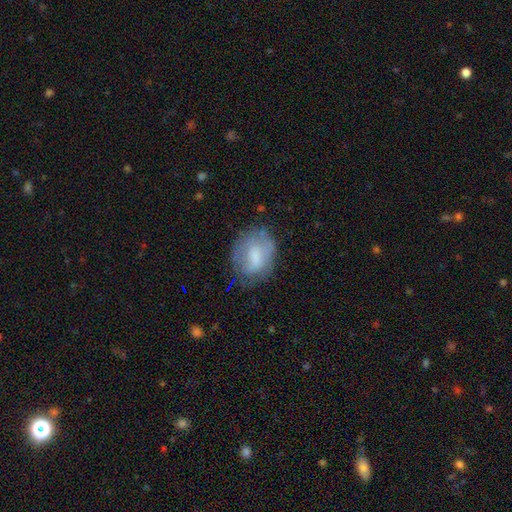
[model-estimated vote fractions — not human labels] Smooth or featured? Predicted: smooth (p=0.58). How rounded? Predicted: in between (p=0.58). Merging? Predicted: none (p=0.60).